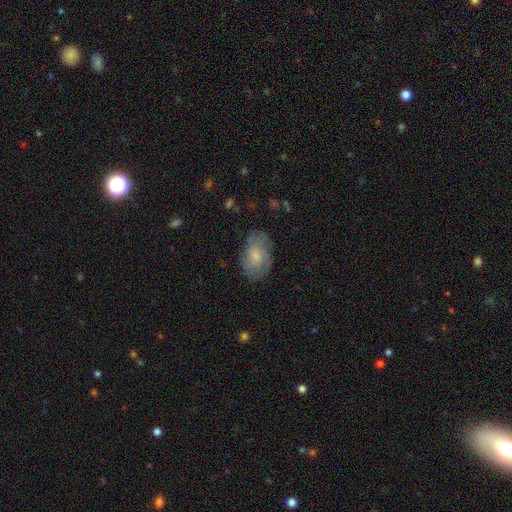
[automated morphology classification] smooth_or_featured: smooth (p=0.62) [alt: featured or disk p=0.30]
how_rounded: in between (p=0.86) [alt: round p=0.12]
merging: none (p=0.68) [alt: minor disturbance p=0.23]